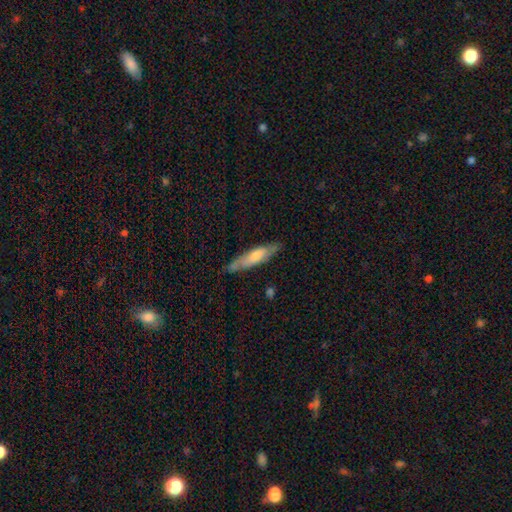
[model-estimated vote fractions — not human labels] Overall: smooth (53%; featured or disk 42%). How rounded: cigar-shaped (78%). Merging: none (79%).